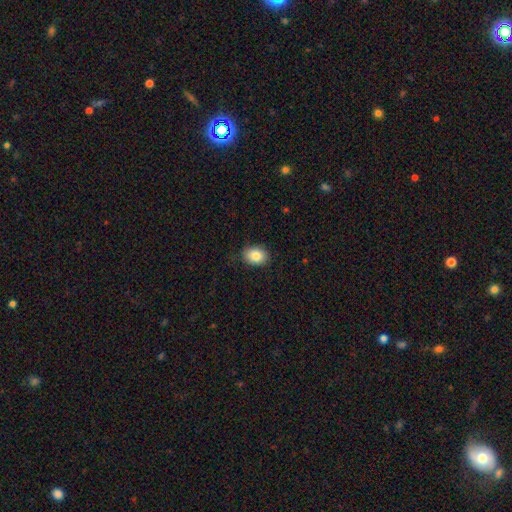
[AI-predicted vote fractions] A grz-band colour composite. It shows a smooth galaxy with no disk features (84%) that is in between round and cigar-shaped (61%). Merging: none (81%).